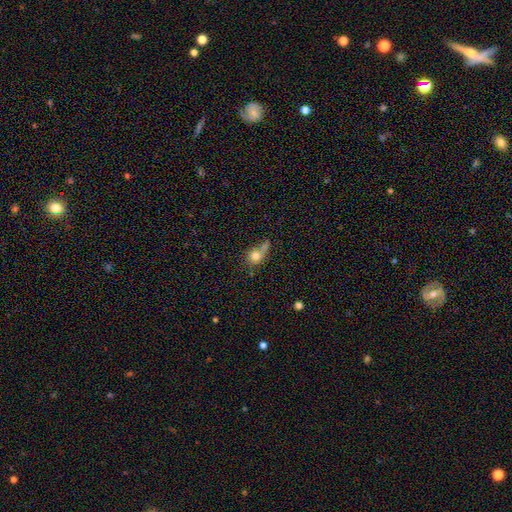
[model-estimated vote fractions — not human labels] This is likely a smooth galaxy (75%). How rounded: likely round (72%). Merging: marginally none (37%).